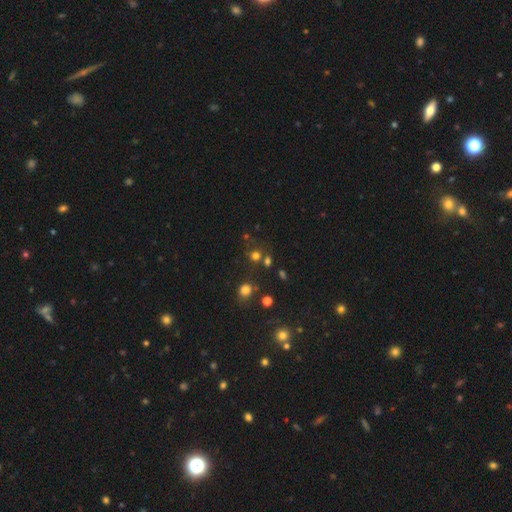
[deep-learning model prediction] This appears to be a smooth galaxy with no disk features (63%) that is round (85%). Merging: none (67%).